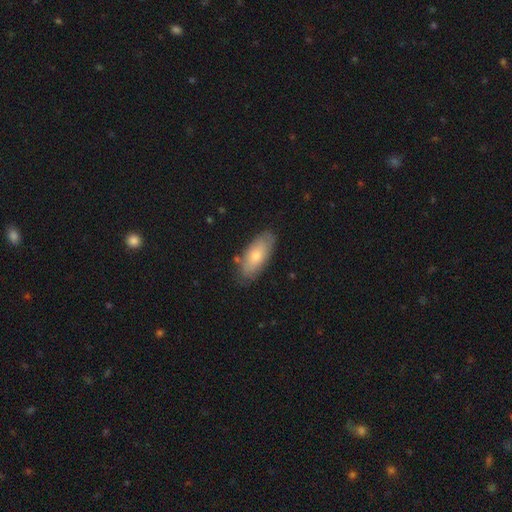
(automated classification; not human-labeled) This appears to be a smooth galaxy with no disk features (69%) that is in between round and cigar-shaped (85%). Merging: none (82%).